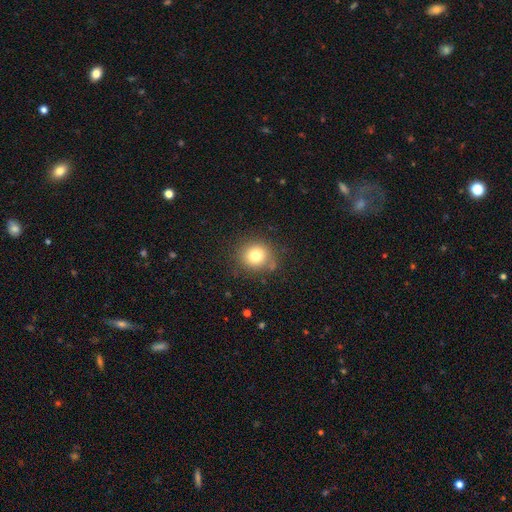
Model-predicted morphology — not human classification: Smooth or featured? Predicted: smooth (p=0.76). How rounded? Predicted: round (p=0.88). Merging? Predicted: none (p=0.80).